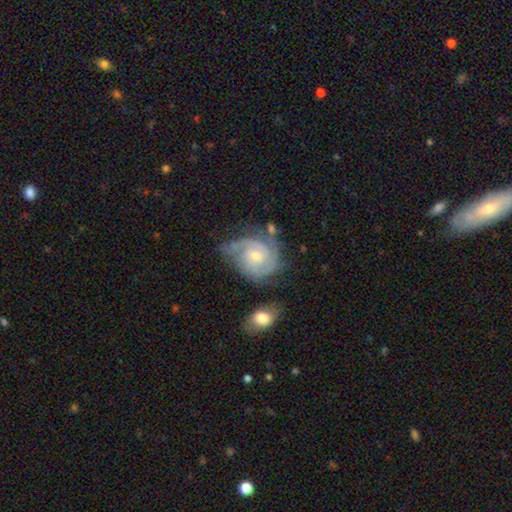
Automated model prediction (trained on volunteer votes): This appears to be a featured or disk galaxy (84%) with no bar (68%), 2 (44%) tight (61%) spiral arms (96%) and a small central bulge (55%). Merging: none (54%).